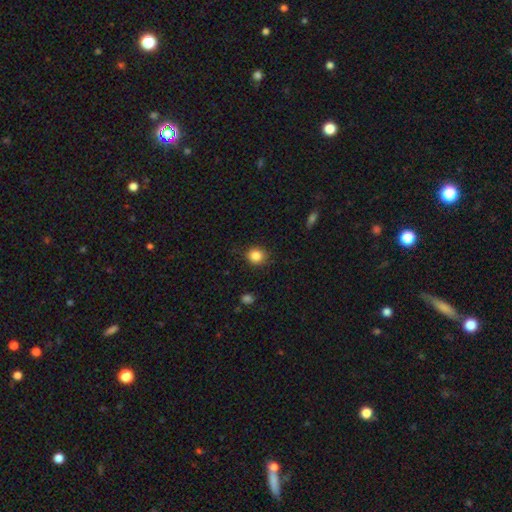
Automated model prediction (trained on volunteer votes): Smooth or featured: smooth — 85% (star or artifact — 10%)
How rounded: round — 83% (in between — 16%)
Merging: none — 85% (minor disturbance — 11%)